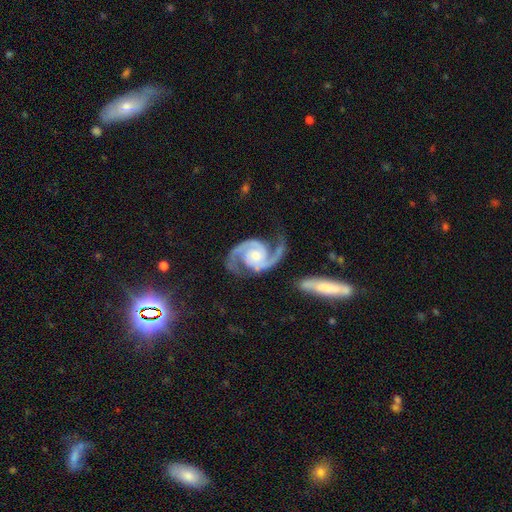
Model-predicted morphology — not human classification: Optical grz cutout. It shows a featured or disk galaxy (94%) with no bar (69%), 2 (94%) medium (59%) spiral arms (99%) and a moderate central bulge (53%). Merging: none (74%).